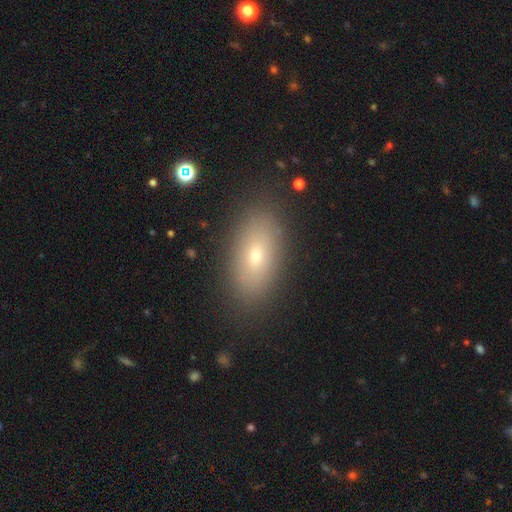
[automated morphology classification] smooth-or-featured: smooth: 68% | featured or disk: 21% | star or artifact: 11%
  how-rounded: in between: 87% | cigar-shaped: 8% | round: 5%
  merging: none: 86% | minor disturbance: 9% | major disturbance: 3% | merger: 1%